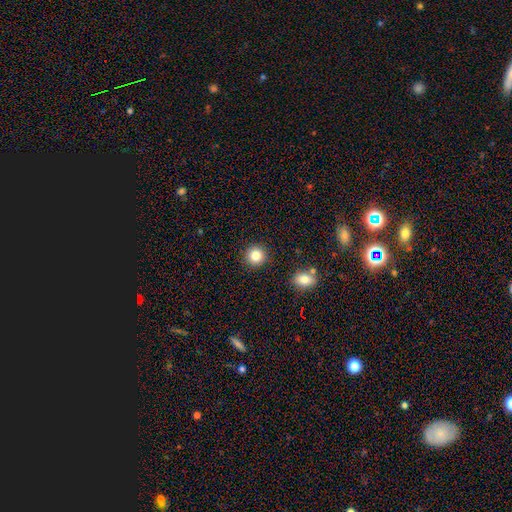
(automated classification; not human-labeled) Q: Smooth or featured?
A: smooth (83%); runner-up: star or artifact (11%)
Q: How rounded?
A: round (92%); runner-up: in between (7%)
Q: Merging?
A: none (90%); runner-up: minor disturbance (6%)